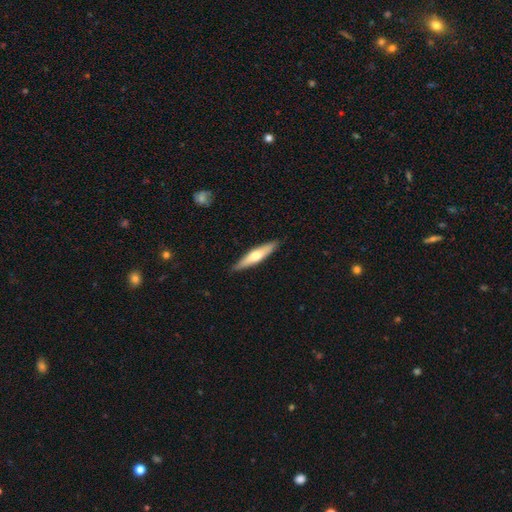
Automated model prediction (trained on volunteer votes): Smooth or featured: smooth — 50% (featured or disk — 45%)
Merging: none — 89% (minor disturbance — 8%)